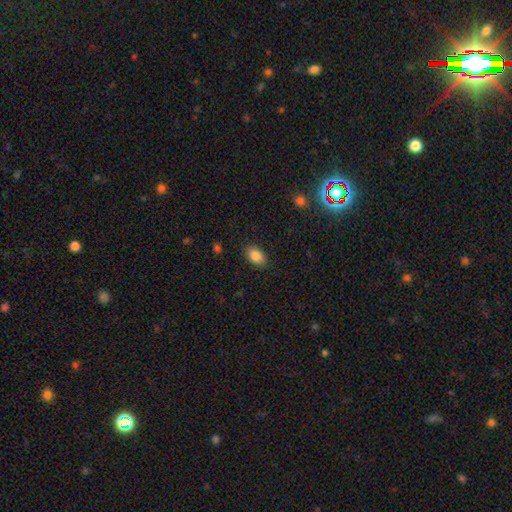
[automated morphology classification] The model was most divided on "merging": none: 87%, minor disturbance: 10%, major disturbance: 3%, merger: 1%. More confident: how rounded — in between (88%); smooth or featured — smooth (87%).